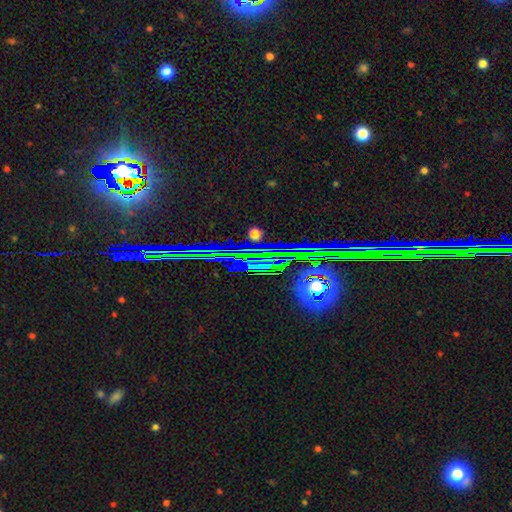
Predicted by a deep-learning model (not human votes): Morphology: type=star or artifact (79%).